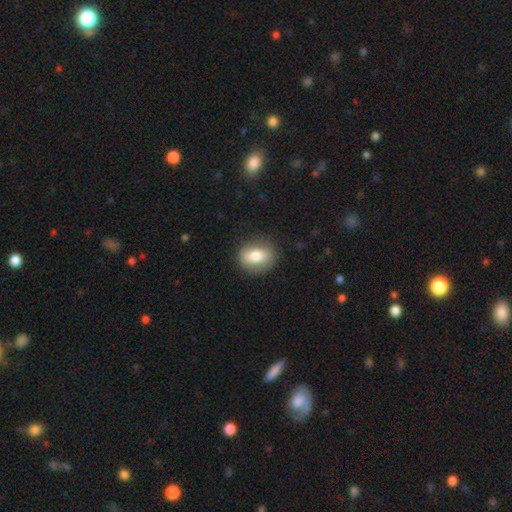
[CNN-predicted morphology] The model was most divided on "how rounded": in between: 54%, round: 44%, cigar-shaped: 2%. More confident: merging — none (84%); smooth or featured — smooth (72%).